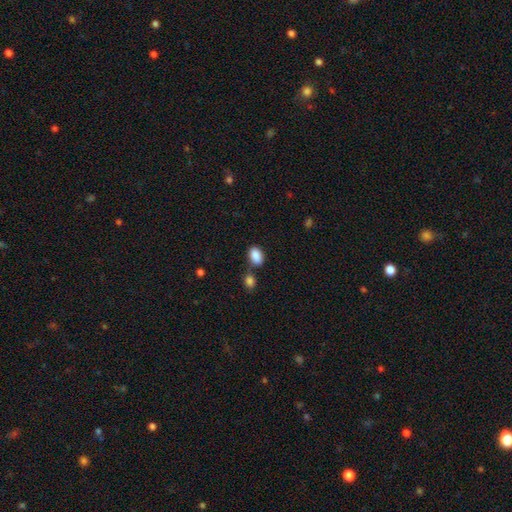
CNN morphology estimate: A smooth galaxy with no disk features (89%) that is in between round and cigar-shaped (87%).

Vote fractions:
- Smooth or featured? smooth: 89% / star or artifact: 8% / featured or disk: 4%
- How rounded? in between: 87% / round: 12% / cigar-shaped: 1%
- Merging? none: 67% / merger: 17% / minor disturbance: 13% / major disturbance: 3%